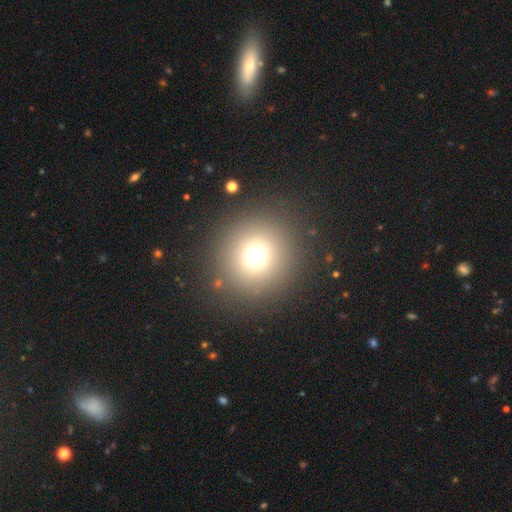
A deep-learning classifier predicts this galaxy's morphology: A smooth galaxy with no disk features (70%) that is round (95%). Merging: none (89%).